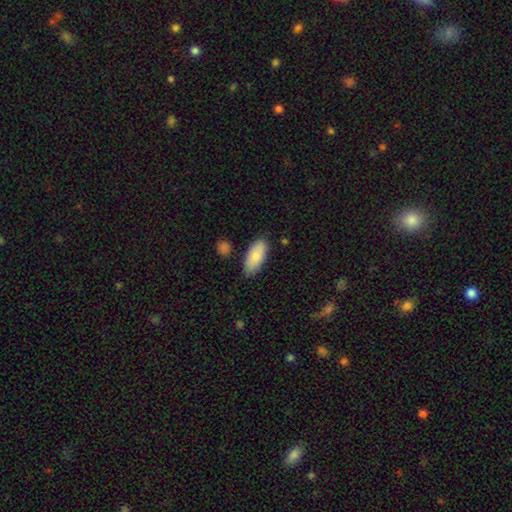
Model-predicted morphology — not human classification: Smooth or featured?
  - smooth: 83% *
  - featured or disk: 11%
  - star or artifact: 6%
How rounded?
  - in between: 87% *
  - cigar-shaped: 11%
  - round: 2%
Merging?
  - none: 80% *
  - minor disturbance: 15%
  - merger: 3%
  - major disturbance: 3%